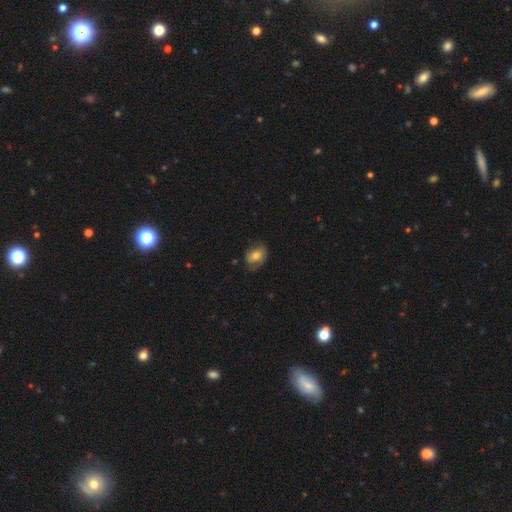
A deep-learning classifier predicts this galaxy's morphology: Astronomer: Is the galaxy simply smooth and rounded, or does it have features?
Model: smooth — 63%.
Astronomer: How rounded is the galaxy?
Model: in between — 71%.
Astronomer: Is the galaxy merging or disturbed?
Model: none — 68%.